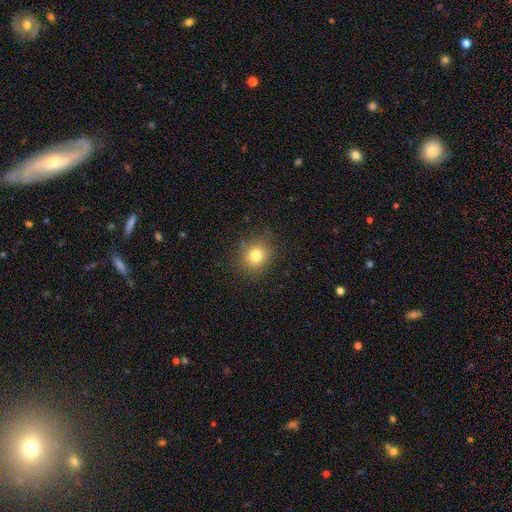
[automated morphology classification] Smooth or featured: smooth — 78% (star or artifact — 13%)
How rounded: round — 76% (in between — 23%)
Merging: none — 84% (minor disturbance — 11%)